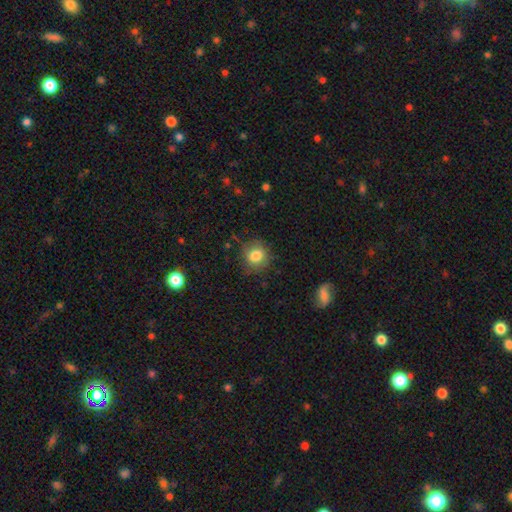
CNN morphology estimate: smooth-or-featured: smooth: 81% | star or artifact: 11% | featured or disk: 9%
  how-rounded: round: 86% | in between: 13% | cigar-shaped: 1%
  merging: none: 79% | minor disturbance: 15% | major disturbance: 4% | merger: 1%